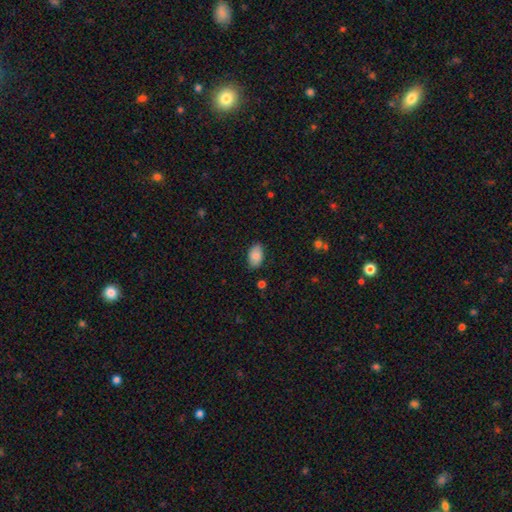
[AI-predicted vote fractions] A smooth galaxy with no disk features (82%) that is in between round and cigar-shaped (93%). Merging: none (82%).